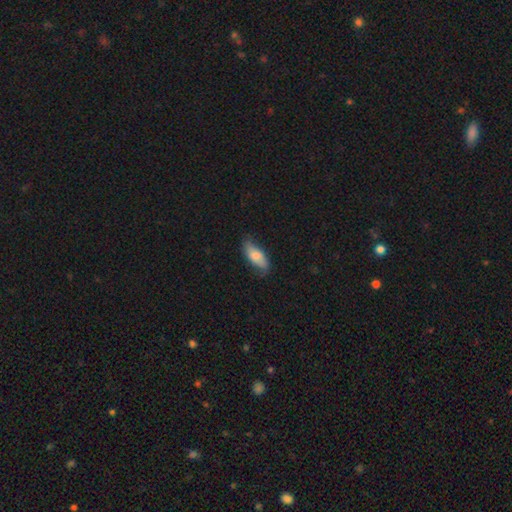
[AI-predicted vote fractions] Smooth or featured? Predicted: smooth (p=0.68). How rounded? Predicted: in between (p=0.78). Merging? Predicted: none (p=0.67).